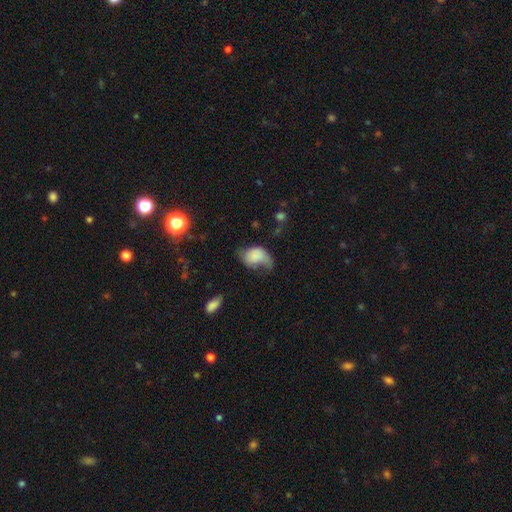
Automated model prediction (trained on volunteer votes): smooth-or-featured: smooth: 67% | featured or disk: 24% | star or artifact: 9%
  how-rounded: in between: 77% | round: 22% | cigar-shaped: 1%
  merging: major disturbance: 38% | minor disturbance: 33% | none: 24% | merger: 5%